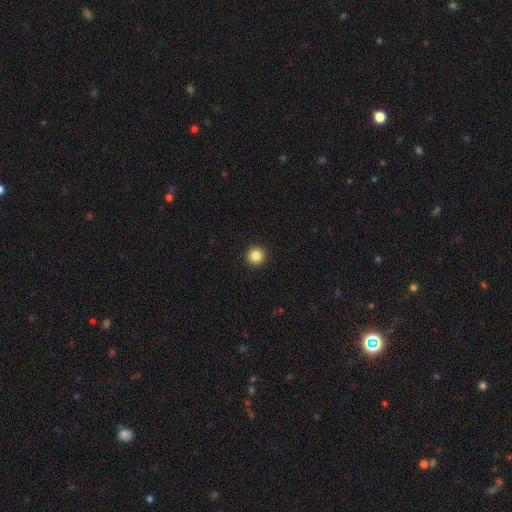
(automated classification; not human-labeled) Smooth or featured? smooth (85%)
How rounded? round (96%)
Merging? none (94%)